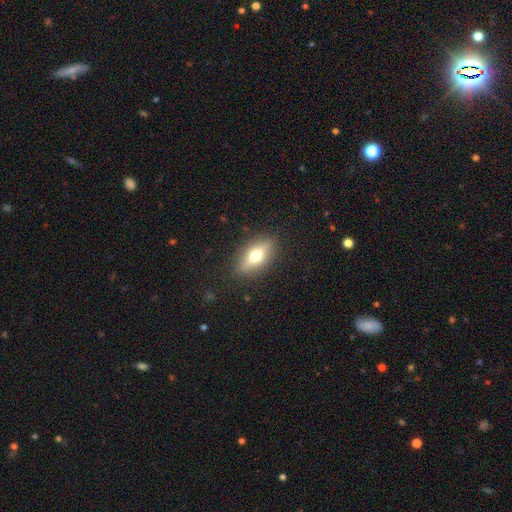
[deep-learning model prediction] Smooth or featured: smooth — 52% (featured or disk — 41%)
How rounded: in between — 69% (cigar-shaped — 25%)
Merging: none — 86% (minor disturbance — 10%)